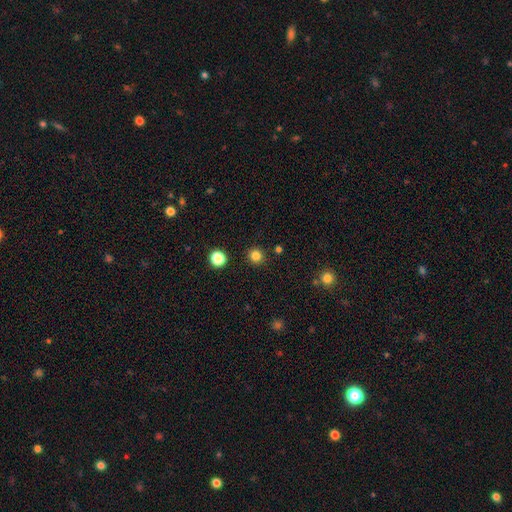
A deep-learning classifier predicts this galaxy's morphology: Overall: smooth (82%). How rounded: round (94%). Merging: none (91%).